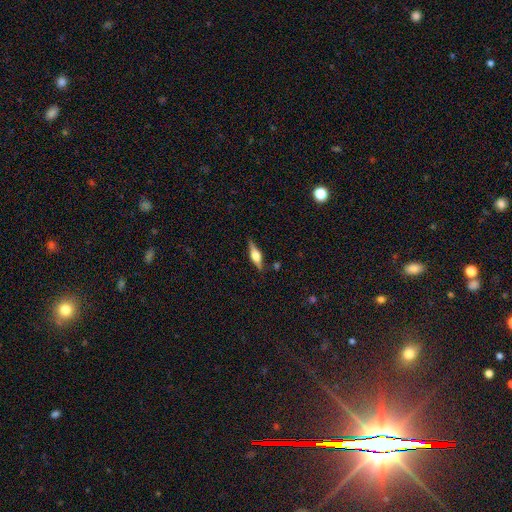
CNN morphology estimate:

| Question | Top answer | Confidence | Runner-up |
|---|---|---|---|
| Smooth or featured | featured or disk | 64% | smooth (29%) |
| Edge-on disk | yes | 96% | no (4%) |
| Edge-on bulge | rounded | 90% | boxy (8%) |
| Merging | none | 85% | minor disturbance (10%) |